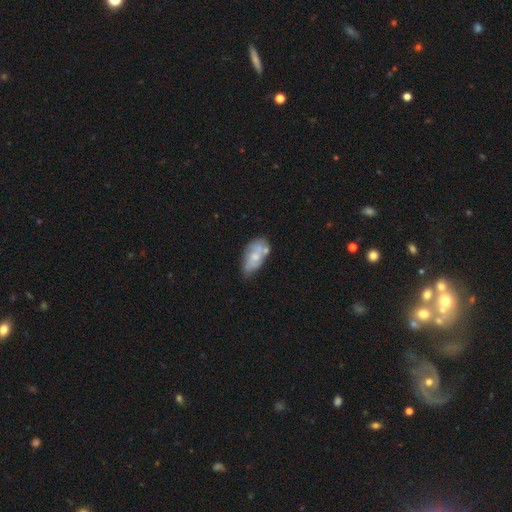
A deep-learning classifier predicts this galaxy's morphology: A smooth galaxy with no disk features (48%).

Vote fractions:
- Smooth or featured? smooth: 48% / featured or disk: 45% / star or artifact: 7%
- Merging? none: 39% / minor disturbance: 31% / merger: 19% / major disturbance: 11%